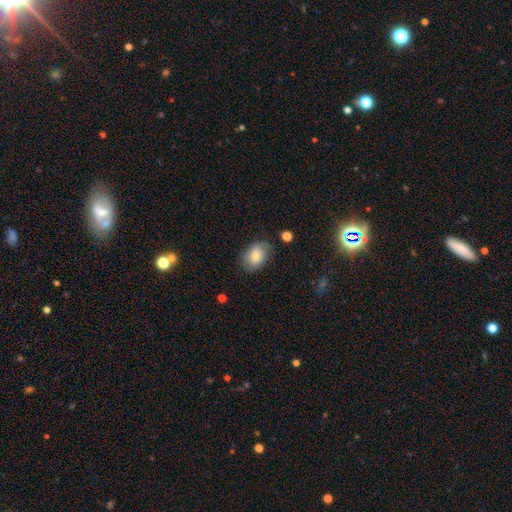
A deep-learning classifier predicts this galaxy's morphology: Smooth or featured? smooth (77%)
How rounded? in between (79%)
Merging? none (73%)